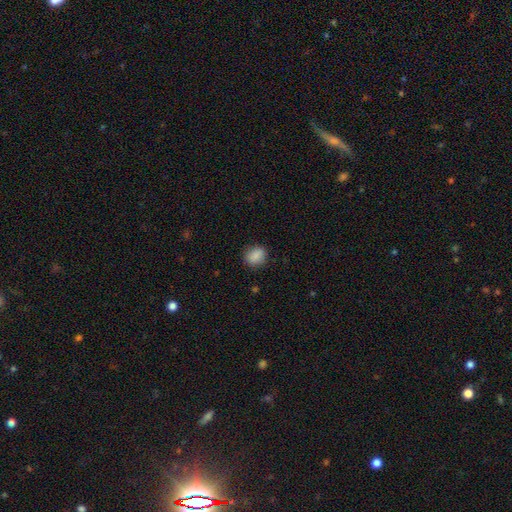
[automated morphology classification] type=smooth (88%); roundness=round (56%); merging=none (85%).